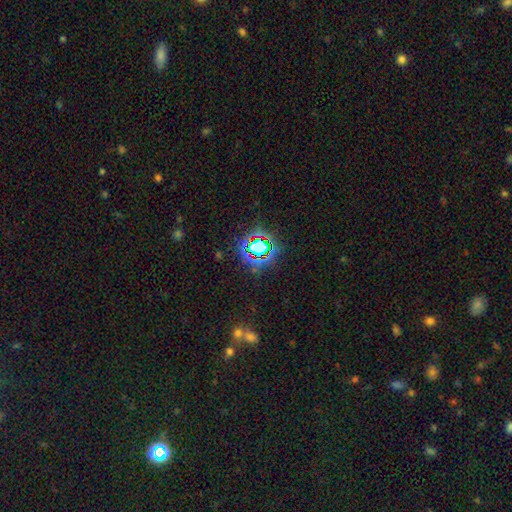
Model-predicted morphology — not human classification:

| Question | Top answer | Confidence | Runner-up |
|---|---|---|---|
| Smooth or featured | star or artifact | 70% | smooth (20%) |